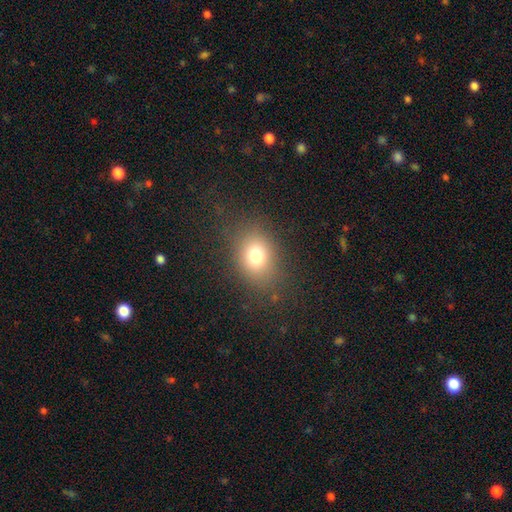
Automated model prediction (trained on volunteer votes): smooth 74%, star or artifact 15%, featured or disk 11%. Down the decision tree: how rounded — in between (56%); merging — none (80%).